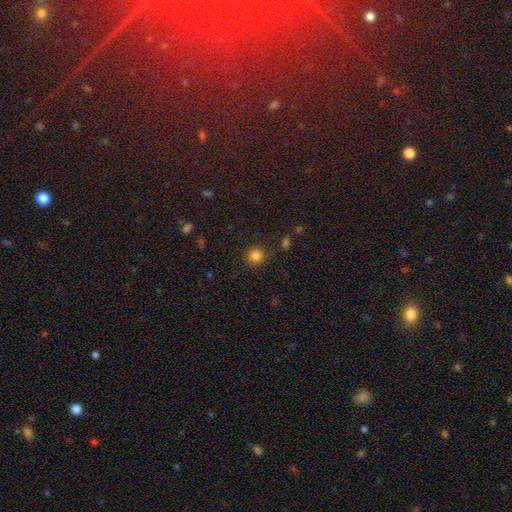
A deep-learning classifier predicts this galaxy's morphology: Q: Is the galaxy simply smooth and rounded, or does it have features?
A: smooth — 83%.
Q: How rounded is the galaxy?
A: round — 91%.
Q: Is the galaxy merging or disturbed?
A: none — 88%.